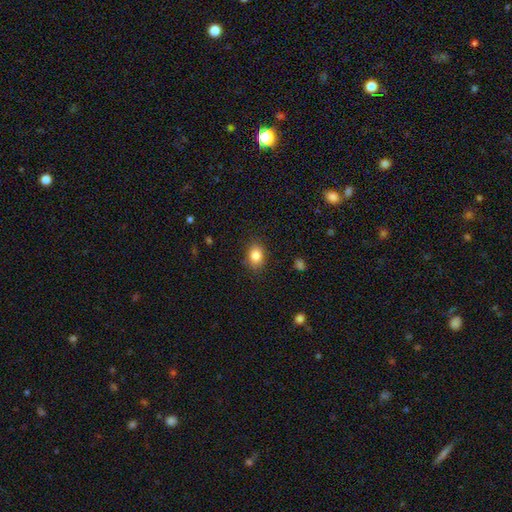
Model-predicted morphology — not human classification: A smooth galaxy with no disk features (85%) that is in between round and cigar-shaped (66%).

Vote fractions:
- Smooth or featured? smooth: 85% / star or artifact: 9% / featured or disk: 6%
- How rounded? in between: 66% / round: 33% / cigar-shaped: 1%
- Merging? none: 85% / minor disturbance: 11% / major disturbance: 3% / merger: 1%